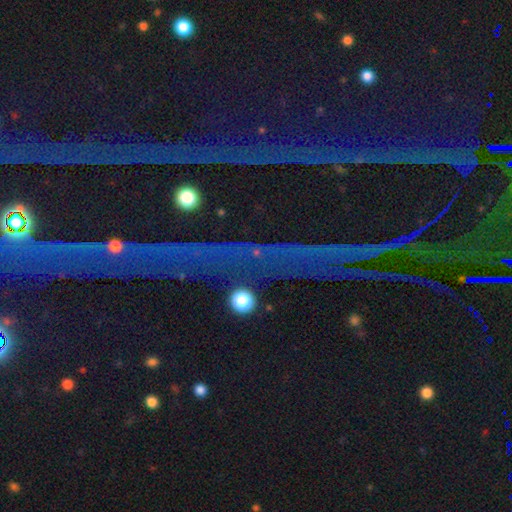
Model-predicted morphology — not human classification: Overall: star or artifact (85%).